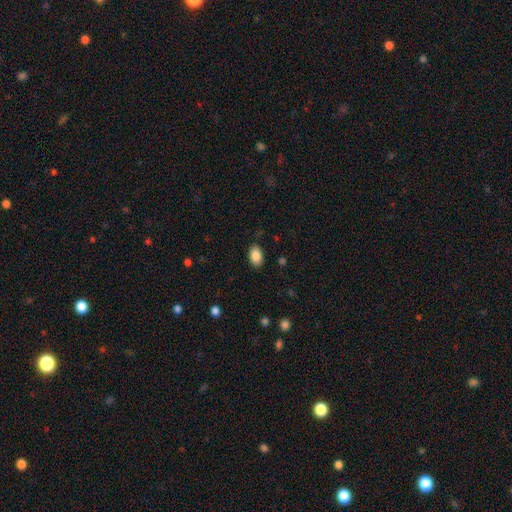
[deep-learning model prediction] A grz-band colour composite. It shows a smooth galaxy with no disk features (87%) that is in between round and cigar-shaped (90%). Merging: none (86%).